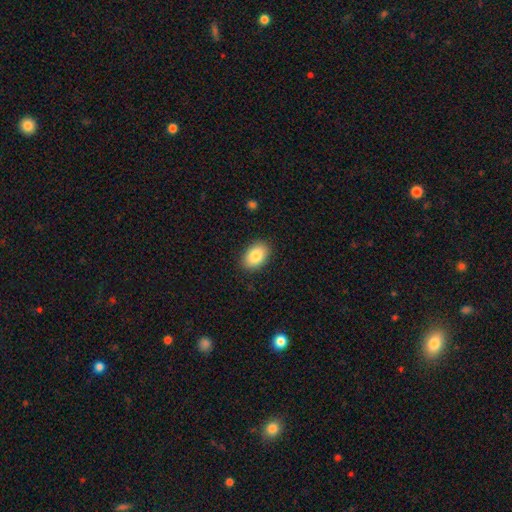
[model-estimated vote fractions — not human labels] Smooth or featured: smooth — 86% (featured or disk — 7%)
How rounded: in between — 87% (round — 12%)
Merging: none — 88% (minor disturbance — 9%)